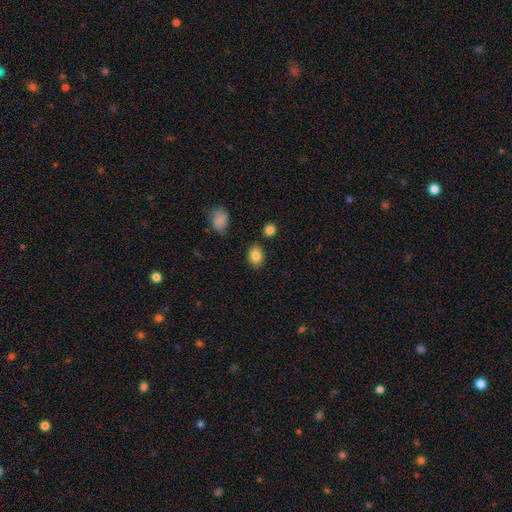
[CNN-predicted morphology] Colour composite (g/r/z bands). It shows a smooth galaxy with no disk features (84%) that is in between round and cigar-shaped (59%). Merging: none (81%).